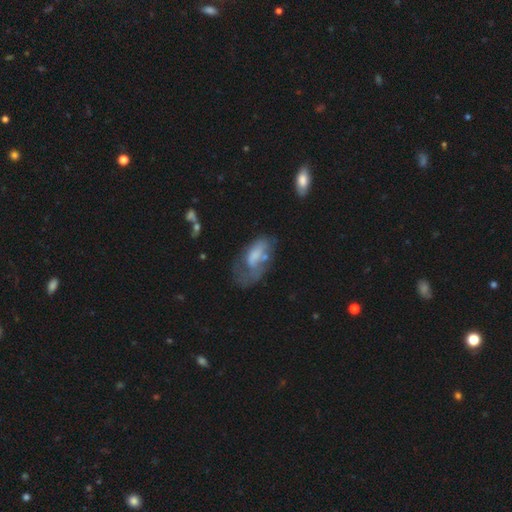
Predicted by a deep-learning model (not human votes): The model was most divided on "smooth or featured": smooth: 47%, featured or disk: 44%, star or artifact: 8%. Remaining: merging — major disturbance (39%).